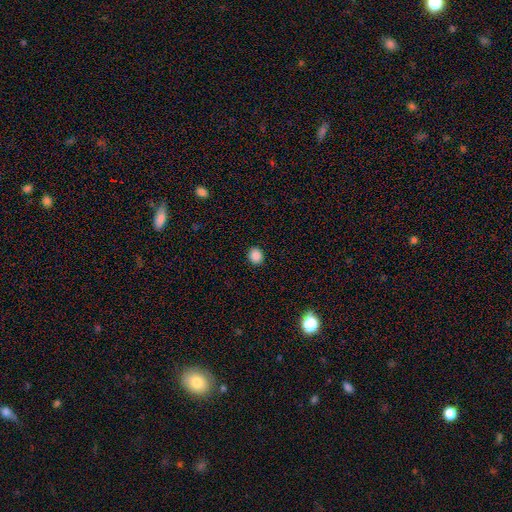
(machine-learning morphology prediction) Overall: smooth (87%). How rounded: round (78%). Merging: none (91%).